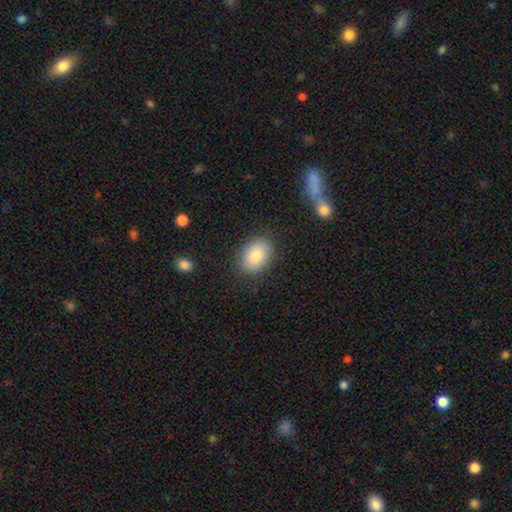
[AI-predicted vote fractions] Smooth or featured? Predicted: smooth (p=0.83). How rounded? Predicted: in between (p=0.79). Merging? Predicted: none (p=0.85).